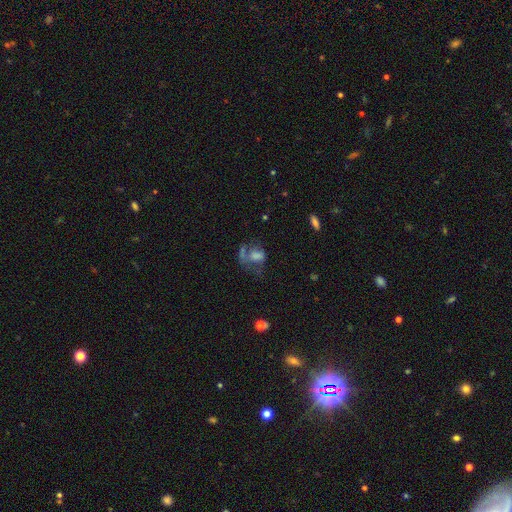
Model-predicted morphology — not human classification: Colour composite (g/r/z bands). It shows a smooth galaxy with no disk features (41%). Merging: major disturbance (41%).